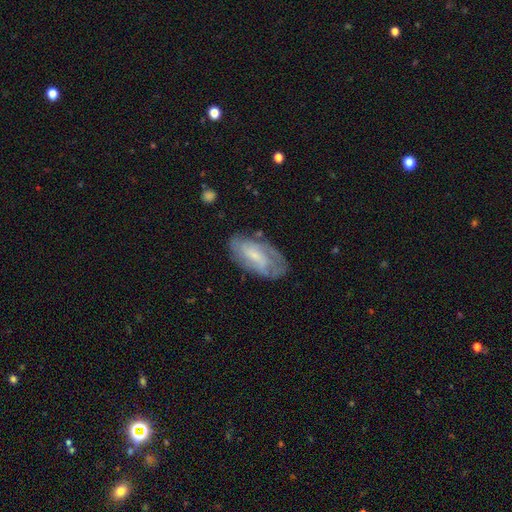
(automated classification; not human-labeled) This is possibly a featured or disk galaxy (59%). It is clearly not viewed edge-on (92%). Bar: marginally no (45%). Spiral arm pattern: likely yes (75%). Central bulge: possibly small (59%). Merging: likely none (66%).